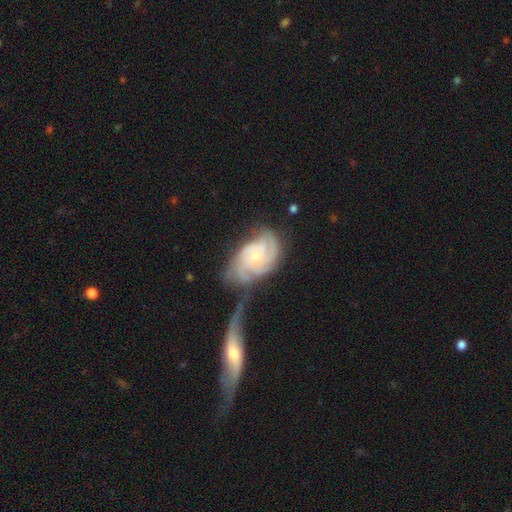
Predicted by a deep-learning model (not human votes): featured or disk 83%, smooth 11%, star or artifact 6%. Down the decision tree: edge-on disk — no (97%); bar — no (70%); spiral arms — yes (96%); spiral arm count — 3 (33%); spiral winding — tight (63%); bulge size — small (62%); merging — none (37%).